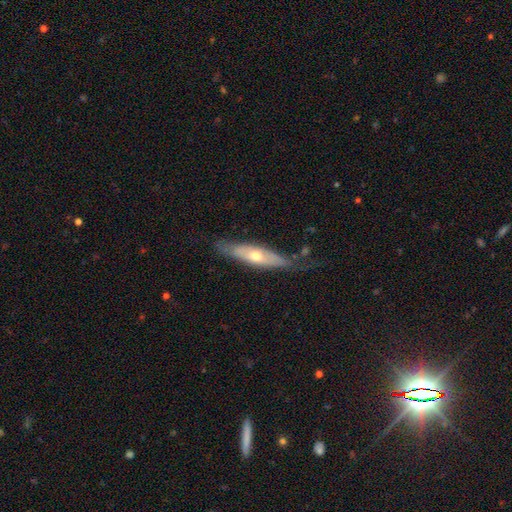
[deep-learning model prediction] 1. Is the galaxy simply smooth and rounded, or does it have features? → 51% featured or disk, 43% smooth, 6% star or artifact.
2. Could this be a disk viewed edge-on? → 57% yes, 43% no.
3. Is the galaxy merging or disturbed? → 67% none, 23% minor disturbance, 8% major disturbance, 2% merger.